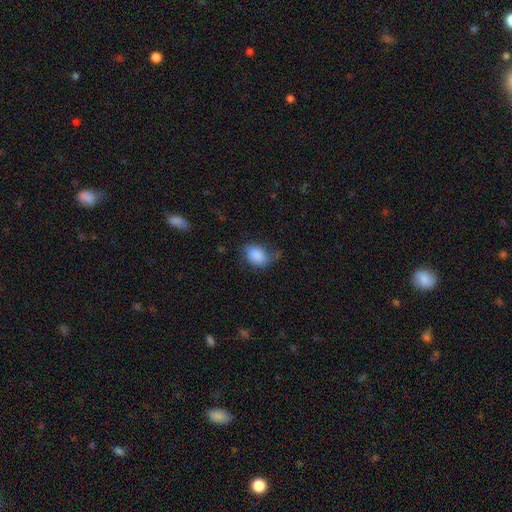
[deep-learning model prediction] The model was most divided on "merging": none: 50%, minor disturbance: 33%, major disturbance: 15%, merger: 2%. More confident: smooth or featured — smooth (83%); how rounded — in between (77%).